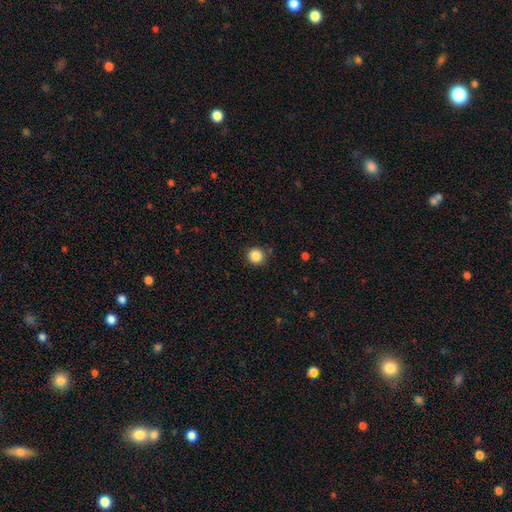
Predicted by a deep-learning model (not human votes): A smooth galaxy with no disk features (86%) that is round (93%). Merging: none (88%).